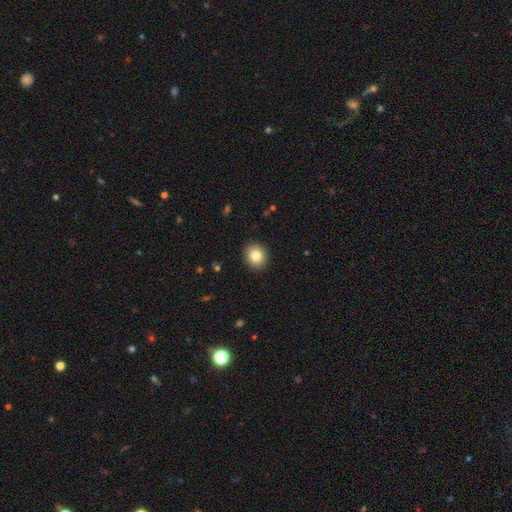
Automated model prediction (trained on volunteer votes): A smooth galaxy with no disk features (82%) that is round (83%). Merging: none (92%).